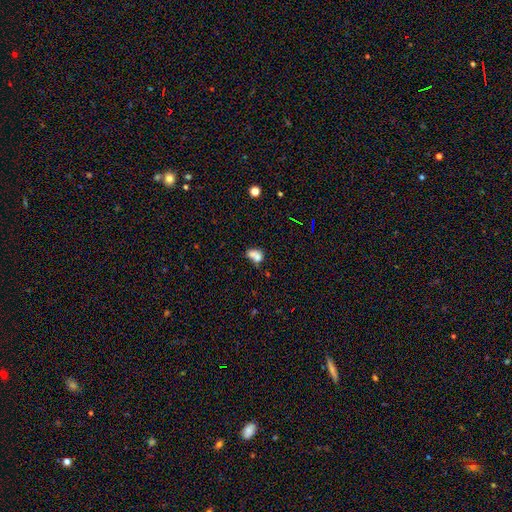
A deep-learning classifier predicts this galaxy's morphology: A smooth galaxy with no disk features (71%) that is in between round and cigar-shaped (63%). Merging: merger (61%).